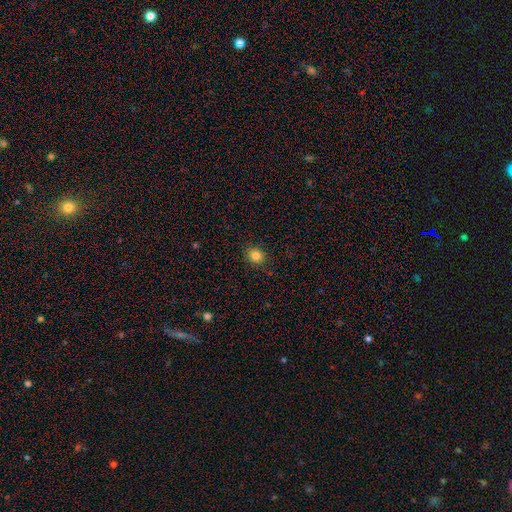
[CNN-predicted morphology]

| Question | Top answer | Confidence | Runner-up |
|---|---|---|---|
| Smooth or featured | smooth | 83% | star or artifact (12%) |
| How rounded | round | 74% | in between (25%) |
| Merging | none | 88% | minor disturbance (8%) |